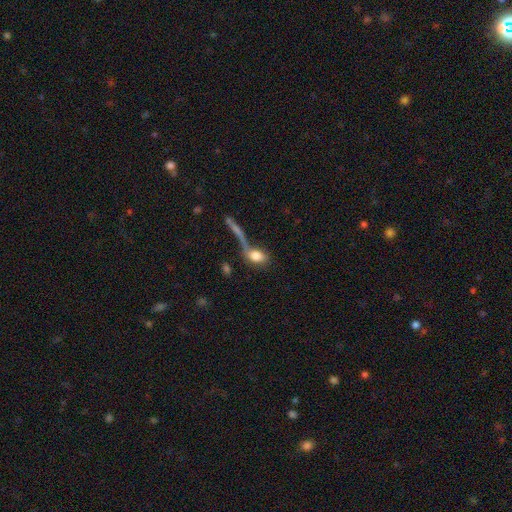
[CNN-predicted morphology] The model was most divided on "merging": none: 38%, merger: 33%, major disturbance: 15%, minor disturbance: 13%. More confident: smooth or featured — smooth (74%); how rounded — in between (73%).